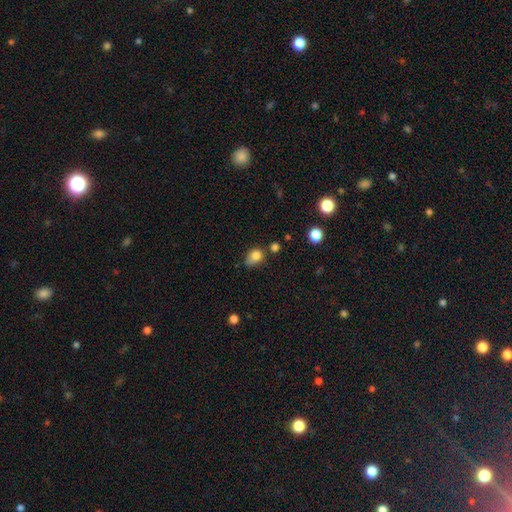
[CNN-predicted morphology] Q: Smooth or featured?
A: smooth (80%); runner-up: star or artifact (11%)
Q: How rounded?
A: in between (60%); runner-up: round (38%)
Q: Merging?
A: none (42%); runner-up: minor disturbance (36%)